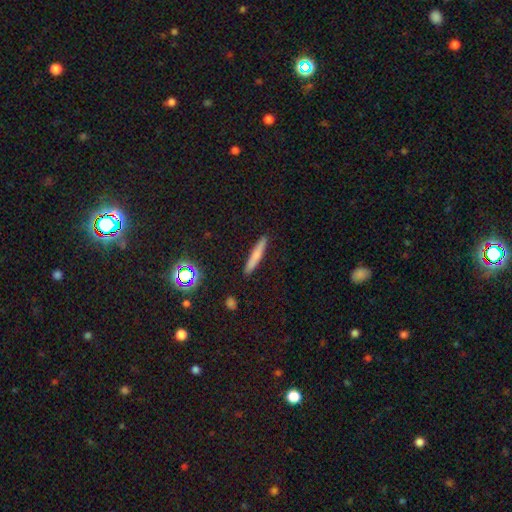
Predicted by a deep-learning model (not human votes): Smooth or featured? smooth (68%)
How rounded? cigar-shaped (93%)
Merging? none (90%)